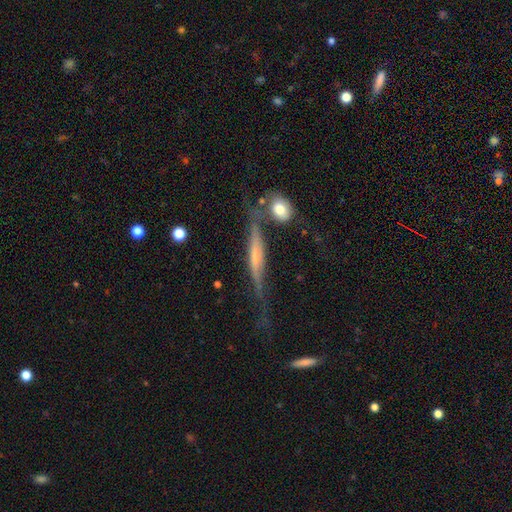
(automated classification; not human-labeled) The model was most divided on "edge-on bulge": rounded: 37%, none: 36%, boxy: 26%. More confident: edge-on disk — yes (89%); smooth or featured — featured or disk (67%); merging — none (52%).